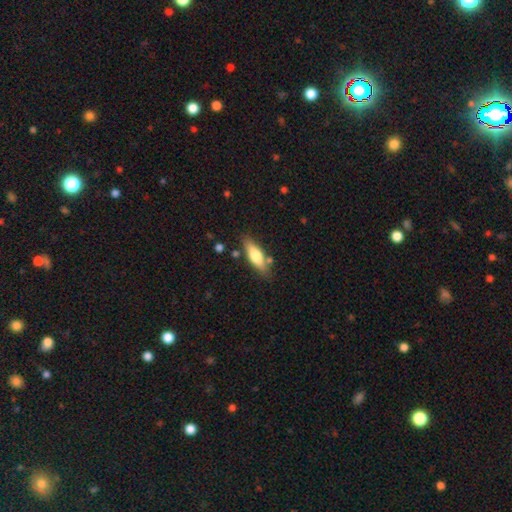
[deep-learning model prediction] Morphology: type=smooth (63%); roundness=in between (54%); merging=none (77%).